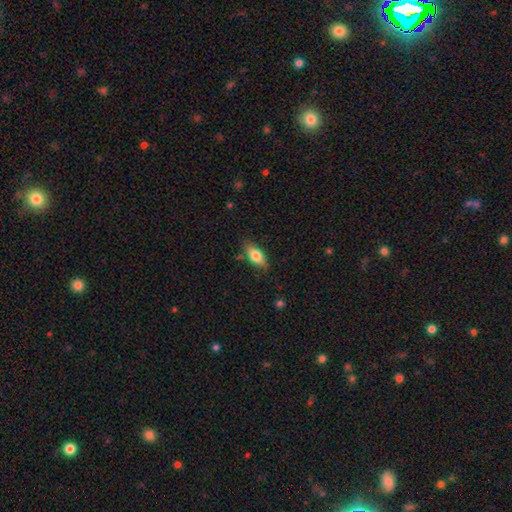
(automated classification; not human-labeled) The model was most divided on "smooth or featured": smooth: 75%, featured or disk: 18%, star or artifact: 7%. More confident: how rounded — in between (83%); merging — none (79%).